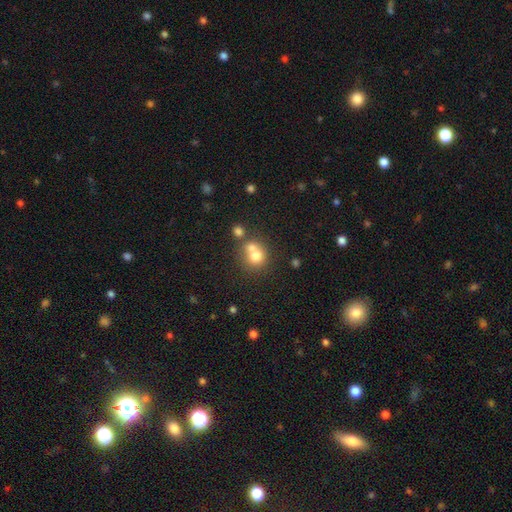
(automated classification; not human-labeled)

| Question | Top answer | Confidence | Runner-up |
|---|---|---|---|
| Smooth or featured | smooth | 72% | featured or disk (16%) |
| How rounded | round | 84% | in between (15%) |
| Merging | merger | 49% | none (40%) |